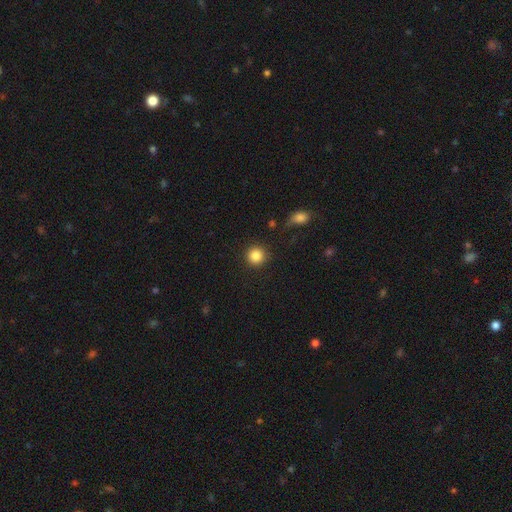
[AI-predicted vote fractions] smooth 86%, star or artifact 10%, featured or disk 5%. Down the decision tree: how rounded — round (95%); merging — none (89%).